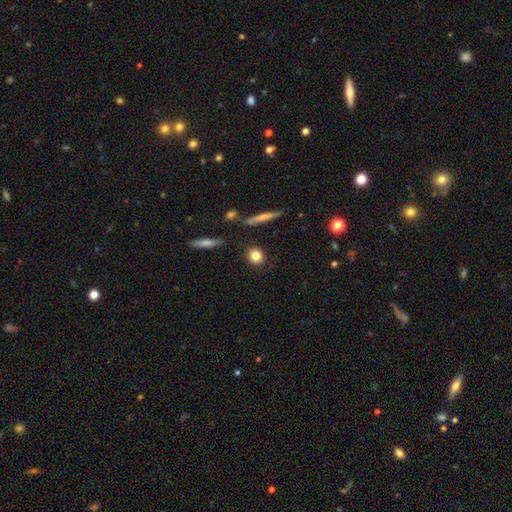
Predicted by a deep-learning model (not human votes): A smooth galaxy with no disk features (82%) that is round (80%). Merging: none (87%).